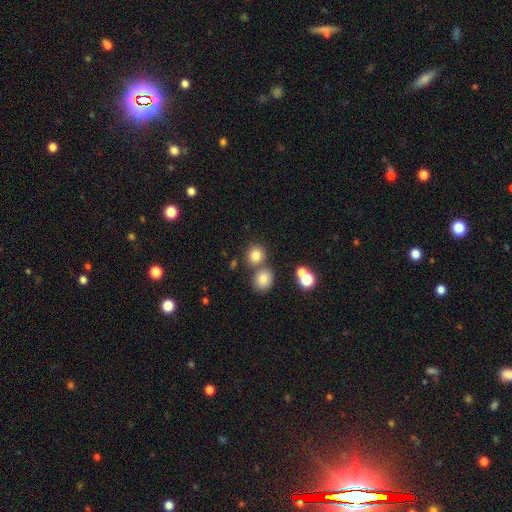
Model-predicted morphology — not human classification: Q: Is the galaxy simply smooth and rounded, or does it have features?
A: smooth — 81%.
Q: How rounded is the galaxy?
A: round — 84%.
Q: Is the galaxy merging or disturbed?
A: none — 64%.